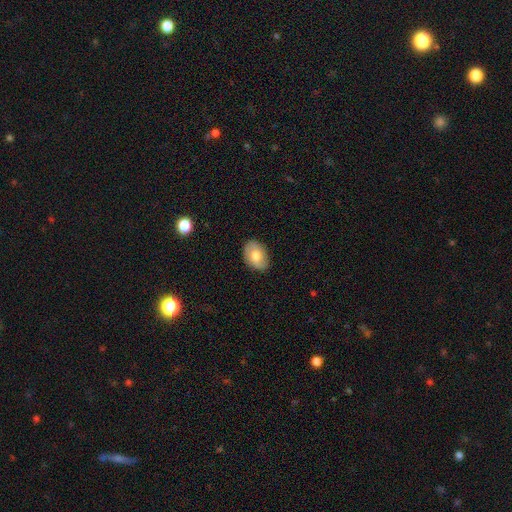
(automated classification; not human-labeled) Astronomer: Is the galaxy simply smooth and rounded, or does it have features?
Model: smooth — 66%.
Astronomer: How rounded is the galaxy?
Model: in between — 83%.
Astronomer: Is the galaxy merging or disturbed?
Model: none — 83%.